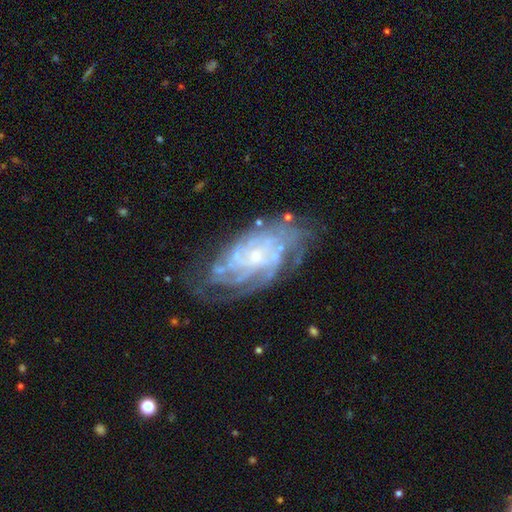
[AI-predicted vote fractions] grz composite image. It shows a featured or disk galaxy (86%) with no bar (70%), tight (67%) spiral arms (95%) and a small central bulge (75%). Merging: none (65%).